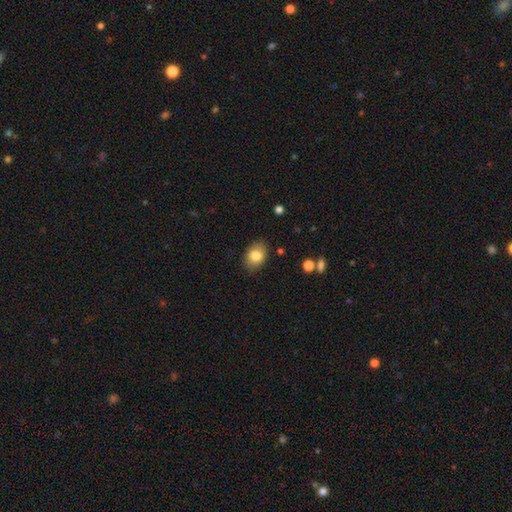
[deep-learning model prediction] smooth 82%, featured or disk 10%, star or artifact 8%. Down the decision tree: how rounded — in between (78%); merging — none (84%).